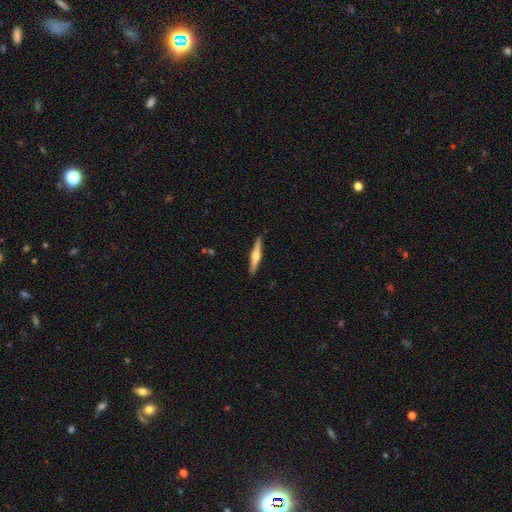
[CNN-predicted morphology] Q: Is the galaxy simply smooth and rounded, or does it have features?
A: featured or disk — 62%.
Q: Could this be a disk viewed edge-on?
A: yes — 98%.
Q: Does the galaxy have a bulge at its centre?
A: rounded — 89%.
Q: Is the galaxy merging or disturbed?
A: none — 91%.